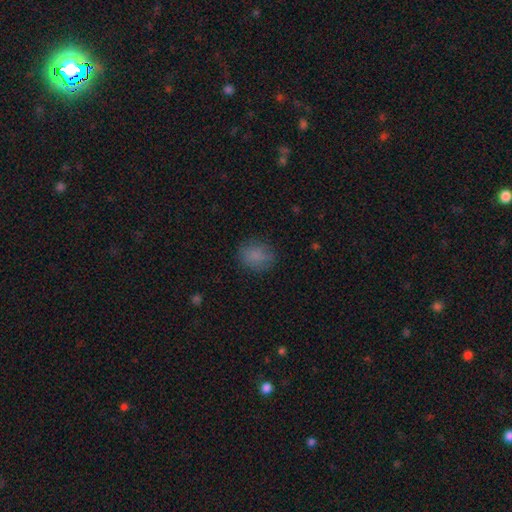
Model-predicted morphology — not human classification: Overall: smooth (83%). How rounded: round (57%; in between 41%). Merging: none (81%).